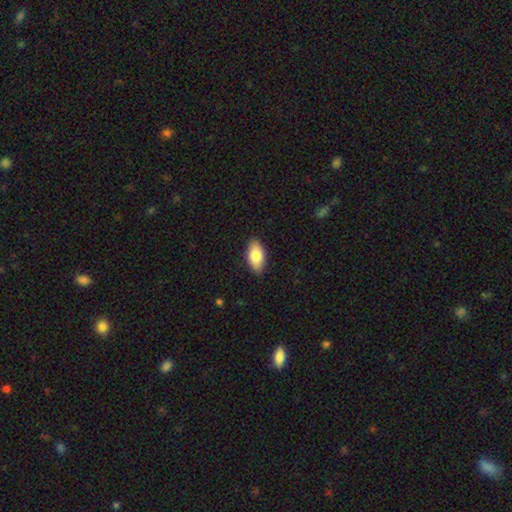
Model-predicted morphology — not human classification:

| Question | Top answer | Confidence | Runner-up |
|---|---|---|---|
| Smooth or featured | smooth | 81% | featured or disk (13%) |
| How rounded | in between | 92% | cigar-shaped (5%) |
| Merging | none | 88% | minor disturbance (9%) |